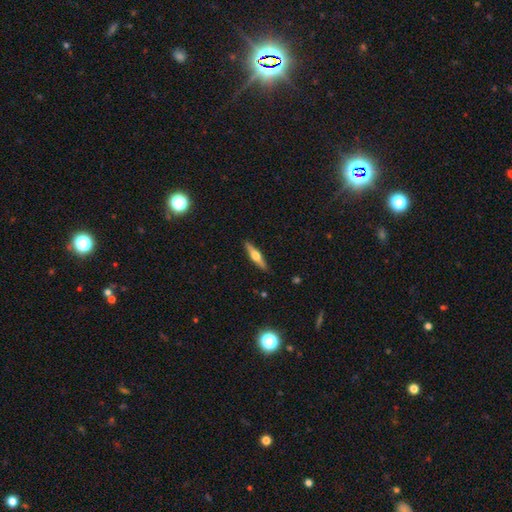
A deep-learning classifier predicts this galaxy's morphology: type=featured or disk (65%); edge-on=yes (97%); edge-on bulge=rounded (94%); merging=none (90%).